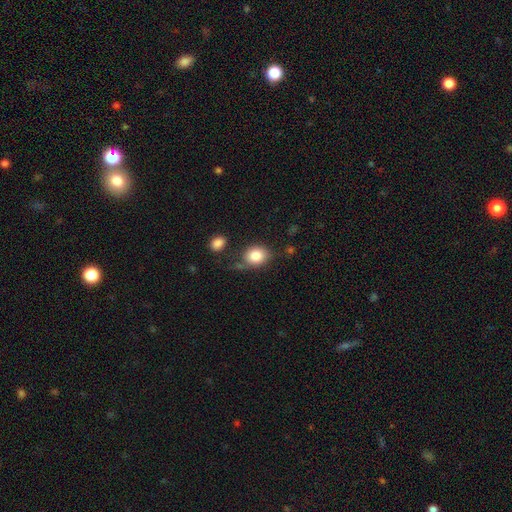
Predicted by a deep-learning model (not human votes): Q: Smooth or featured?
A: smooth (83%); runner-up: star or artifact (9%)
Q: How rounded?
A: round (54%); runner-up: in between (45%)
Q: Merging?
A: none (64%); runner-up: minor disturbance (20%)